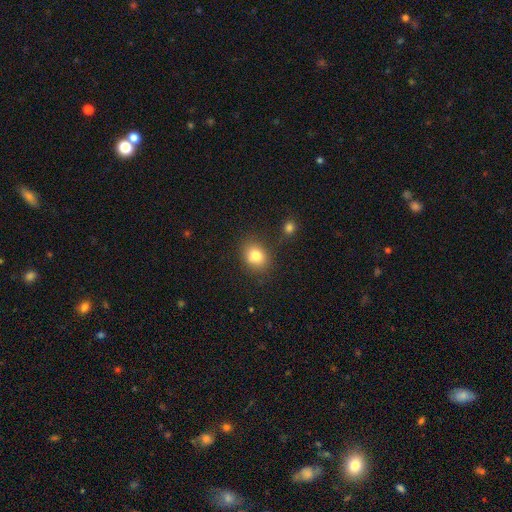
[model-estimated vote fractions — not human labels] smooth_or_featured: smooth (p=0.81) [alt: star or artifact p=0.10]
how_rounded: round (p=0.51) [alt: in between p=0.48]
merging: none (p=0.80) [alt: minor disturbance p=0.12]